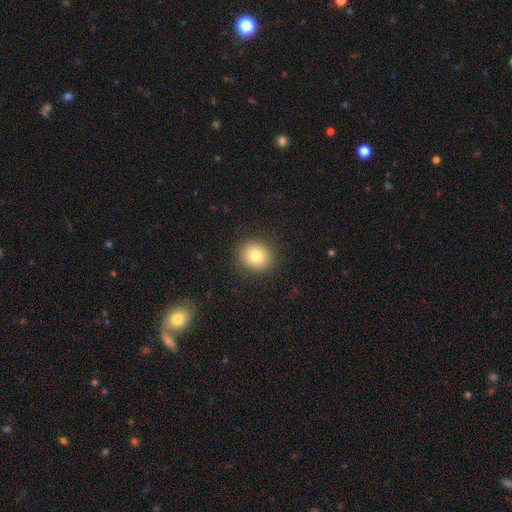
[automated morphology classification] smooth-or-featured: smooth: 80% | star or artifact: 11% | featured or disk: 10%
  how-rounded: round: 77% | in between: 22% | cigar-shaped: 1%
  merging: none: 89% | minor disturbance: 7% | major disturbance: 2% | merger: 1%